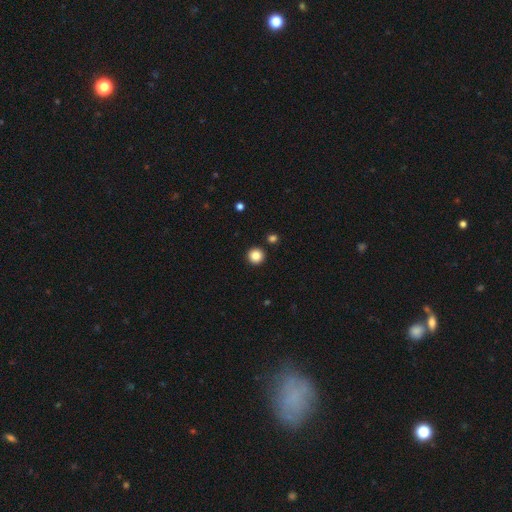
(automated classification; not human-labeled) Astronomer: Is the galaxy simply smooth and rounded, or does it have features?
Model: smooth — 86%.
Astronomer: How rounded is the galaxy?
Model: round — 96%.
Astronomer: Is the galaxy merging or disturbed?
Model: none — 92%.